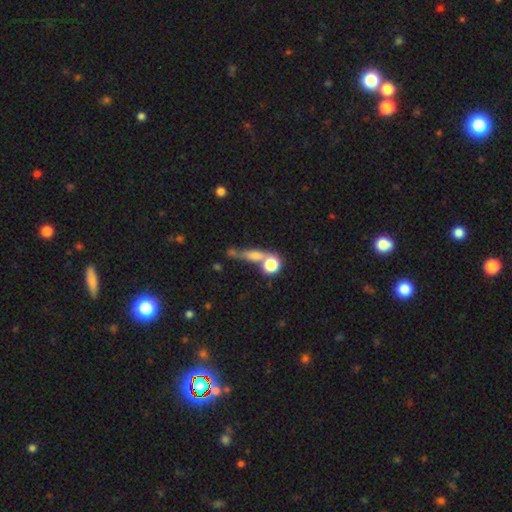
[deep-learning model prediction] Smooth or featured: smooth — 61% (featured or disk — 24%)
How rounded: cigar-shaped — 39% (round — 36%)
Merging: none — 42% (merger — 34%)